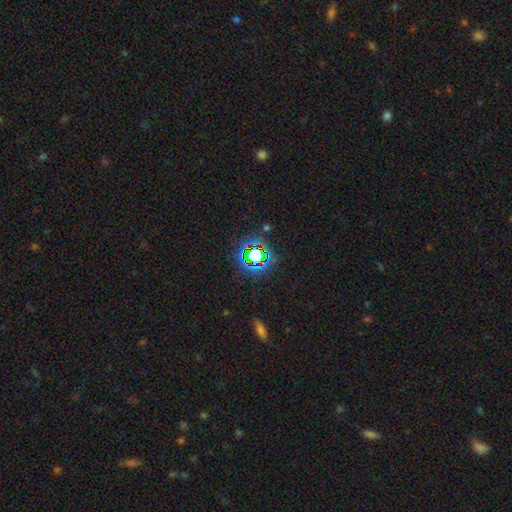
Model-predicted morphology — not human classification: Q: Smooth or featured?
A: star or artifact (74%); runner-up: smooth (16%)